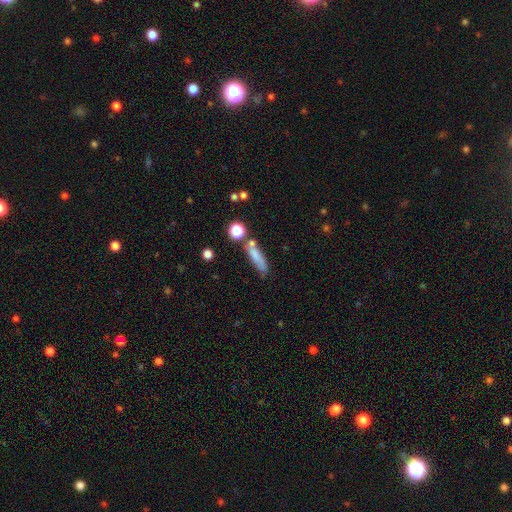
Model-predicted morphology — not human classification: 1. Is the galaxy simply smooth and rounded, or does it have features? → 74% smooth, 16% featured or disk, 10% star or artifact.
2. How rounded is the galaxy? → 61% cigar-shaped, 33% in between, 5% round.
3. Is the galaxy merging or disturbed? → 55% none, 21% minor disturbance, 16% merger, 9% major disturbance.